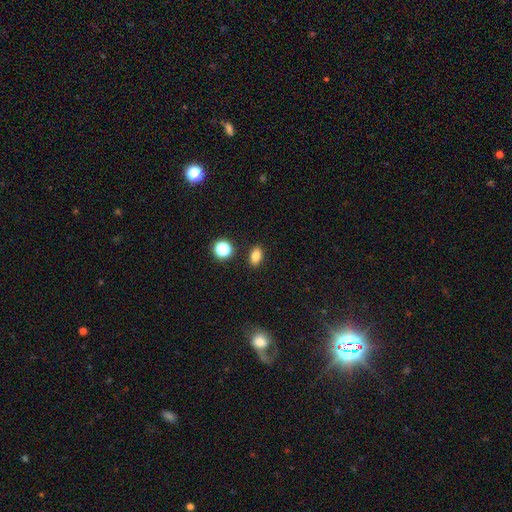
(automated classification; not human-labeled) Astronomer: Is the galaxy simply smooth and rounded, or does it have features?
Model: smooth — 80%.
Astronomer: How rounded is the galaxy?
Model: in between — 83%.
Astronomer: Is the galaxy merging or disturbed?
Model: none — 88%.